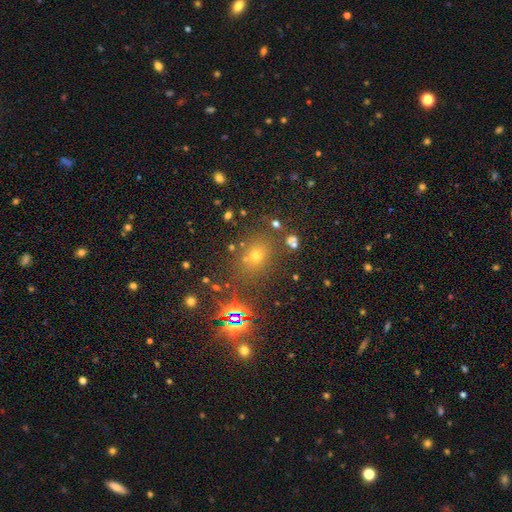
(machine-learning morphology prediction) This is possibly a smooth galaxy (49%). Merging: likely none (77%).